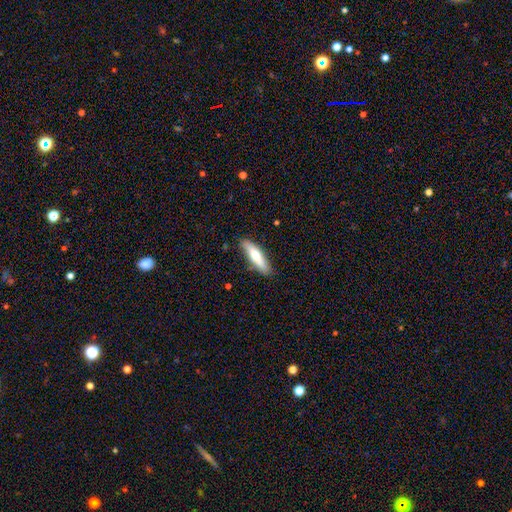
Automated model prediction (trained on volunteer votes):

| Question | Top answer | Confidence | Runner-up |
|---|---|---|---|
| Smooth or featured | smooth | 63% | featured or disk (32%) |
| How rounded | cigar-shaped | 67% | in between (31%) |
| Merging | none | 84% | minor disturbance (12%) |